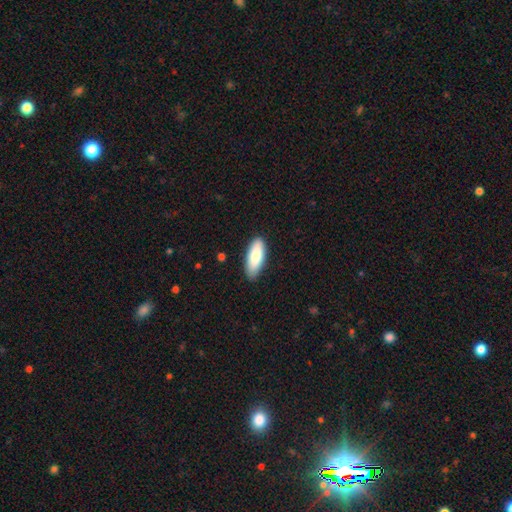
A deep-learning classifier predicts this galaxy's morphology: A smooth galaxy with no disk features (84%) that is in between round and cigar-shaped (77%).

Vote fractions:
- Smooth or featured? smooth: 84% / featured or disk: 10% / star or artifact: 6%
- How rounded? in between: 77% / cigar-shaped: 22% / round: 2%
- Merging? none: 84% / minor disturbance: 13% / major disturbance: 2% / merger: 1%